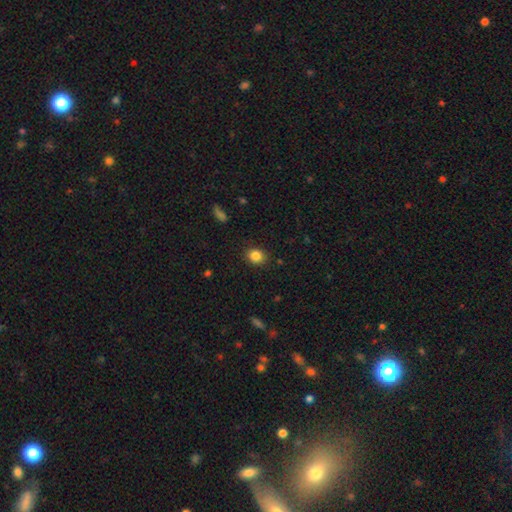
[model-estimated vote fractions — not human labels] The model was most divided on "how rounded": round: 66%, in between: 33%, cigar-shaped: 1%. More confident: merging — none (87%); smooth or featured — smooth (85%).